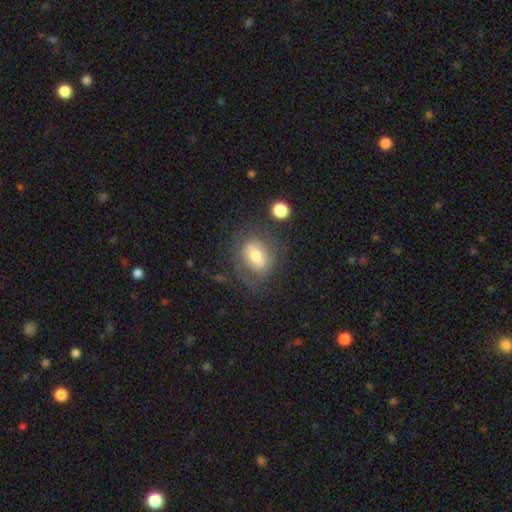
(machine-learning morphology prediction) The model was most divided on "smooth or featured" (2-way tie): featured or disk: 46%, smooth: 46%, star or artifact: 8%. More confident: merging — none (62%).